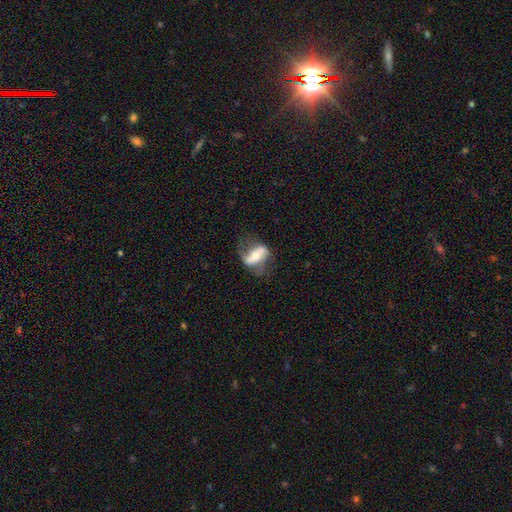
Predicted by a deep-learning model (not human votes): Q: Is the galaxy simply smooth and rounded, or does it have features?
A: featured or disk — 64%.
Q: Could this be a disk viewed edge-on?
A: no — 84%.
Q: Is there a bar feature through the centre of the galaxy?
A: strong — 56%.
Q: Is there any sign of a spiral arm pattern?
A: yes — 71%.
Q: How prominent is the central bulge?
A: moderate — 49%.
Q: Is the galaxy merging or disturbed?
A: none — 54%.